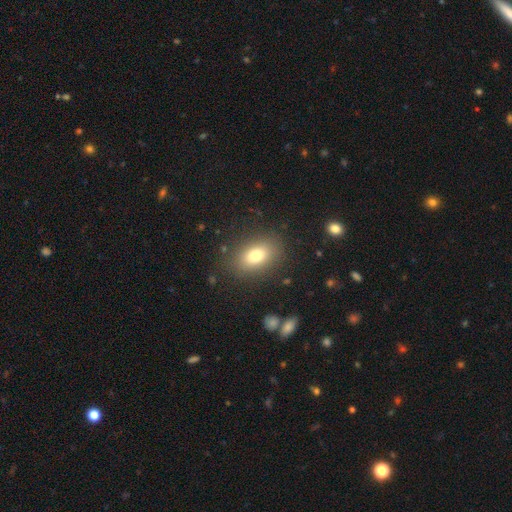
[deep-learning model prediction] Overall: smooth (77%). How rounded: in between (81%). Merging: none (85%).